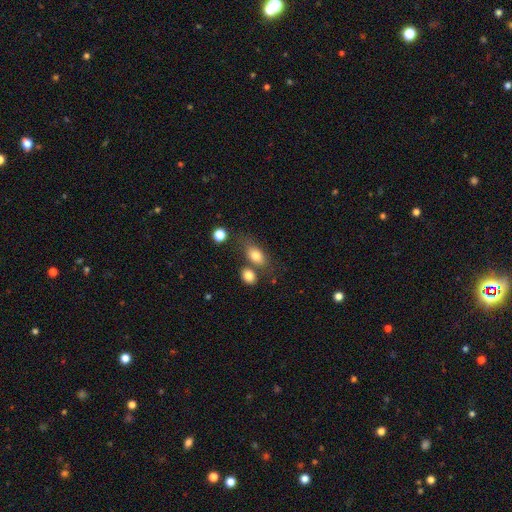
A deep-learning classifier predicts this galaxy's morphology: Smooth or featured? smooth (80%)
How rounded? in between (81%)
Merging? none (56%)